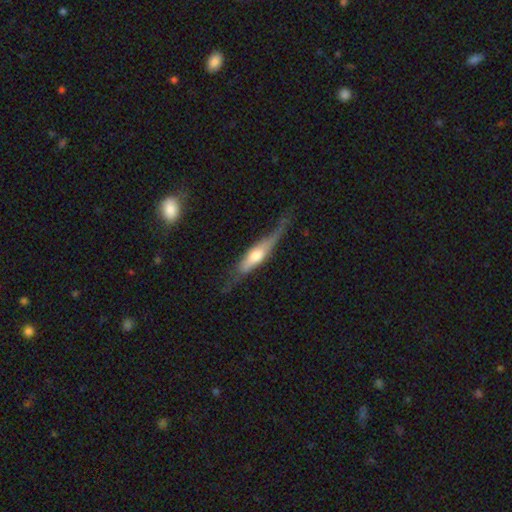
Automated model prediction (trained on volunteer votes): smooth-or-featured: featured or disk: 53% | smooth: 41% | star or artifact: 6%
  disk-edge-on: yes: 83% | no: 17%
  merging: none: 50% | minor disturbance: 30% | major disturbance: 17% | merger: 3%